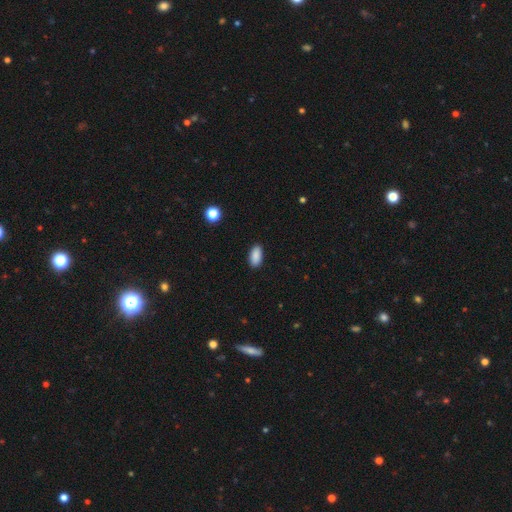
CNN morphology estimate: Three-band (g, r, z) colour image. It shows a smooth galaxy with no disk features (89%) that is in between round and cigar-shaped (93%). Merging: none (89%).